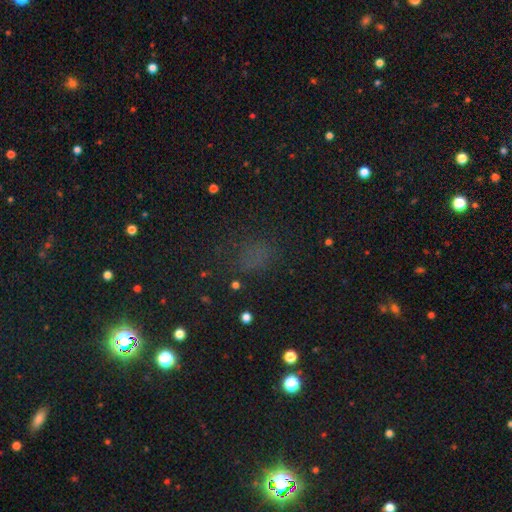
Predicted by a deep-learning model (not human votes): This appears to be a smooth galaxy with no disk features (49%). Merging: none (69%).